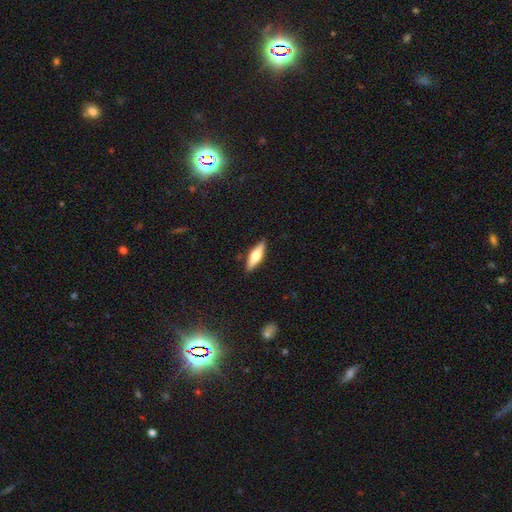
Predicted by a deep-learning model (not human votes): Morphology: type=smooth (52%); roundness=cigar-shaped (57%); merging=none (88%).